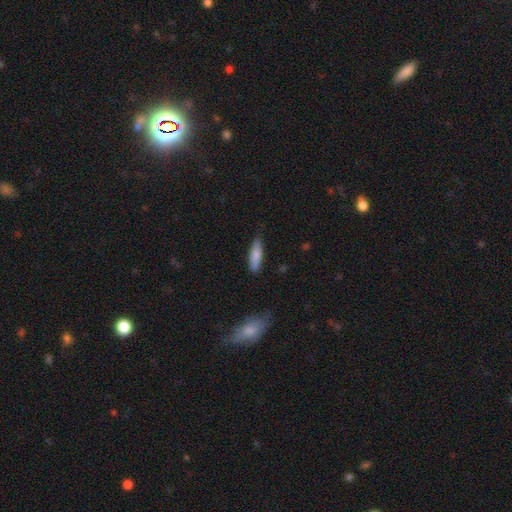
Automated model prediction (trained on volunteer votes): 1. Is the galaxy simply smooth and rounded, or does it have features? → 80% smooth, 14% featured or disk, 6% star or artifact.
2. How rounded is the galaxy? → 65% cigar-shaped, 34% in between, 2% round.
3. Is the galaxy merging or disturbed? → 82% none, 14% minor disturbance, 2% major disturbance, 2% merger.